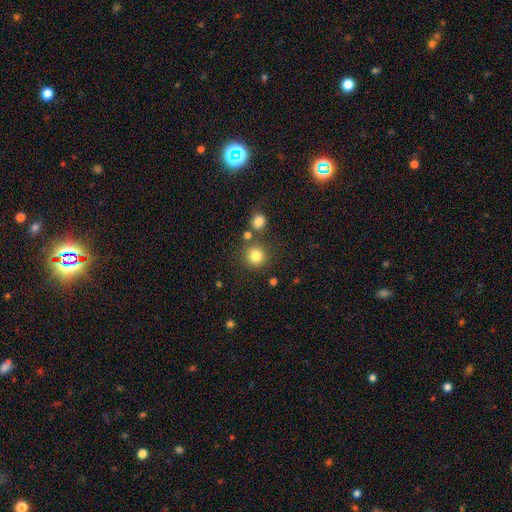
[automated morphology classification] This appears to be a smooth galaxy with no disk features (82%) that is round (92%). Merging: none (78%).